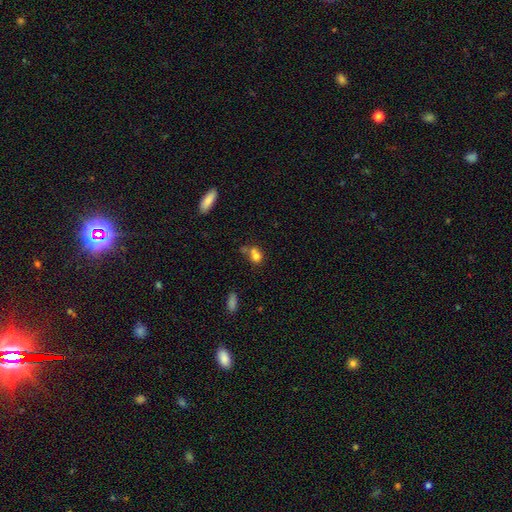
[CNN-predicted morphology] Smooth or featured: smooth — 73% (featured or disk — 14%)
How rounded: round — 53% (in between — 45%)
Merging: merger — 48% (none — 32%)